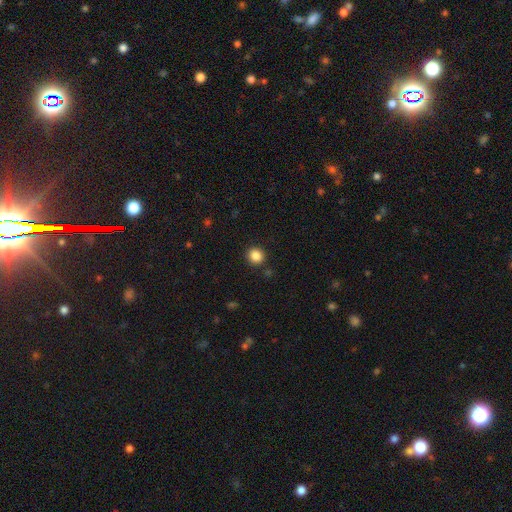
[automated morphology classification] A smooth galaxy with no disk features (86%) that is round (90%).

Vote fractions:
- Smooth or featured? smooth: 86% / star or artifact: 11% / featured or disk: 3%
- How rounded? round: 90% / in between: 9% / cigar-shaped: 1%
- Merging? none: 90% / minor disturbance: 6% / major disturbance: 2% / merger: 2%